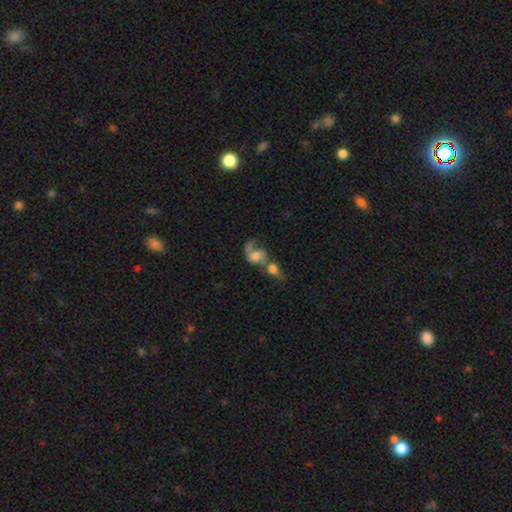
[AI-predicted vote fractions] Overall: featured or disk (55%; smooth 36%). Edge-on disk: no (96%). Bar: no (67%). Spiral arms: yes (77%). Bulge size: moderate (31%; large 24%). Merging: merger (68%).